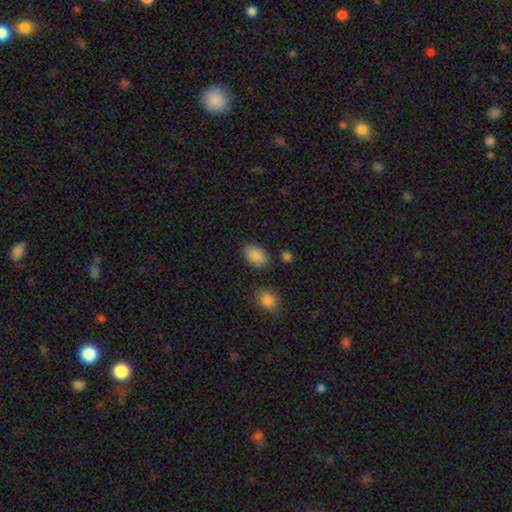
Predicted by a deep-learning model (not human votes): A smooth galaxy with no disk features (88%) that is in between round and cigar-shaped (88%).

Vote fractions:
- Smooth or featured? smooth: 88% / star or artifact: 7% / featured or disk: 5%
- How rounded? in between: 88% / round: 11% / cigar-shaped: 1%
- Merging? none: 80% / minor disturbance: 13% / merger: 3% / major disturbance: 3%